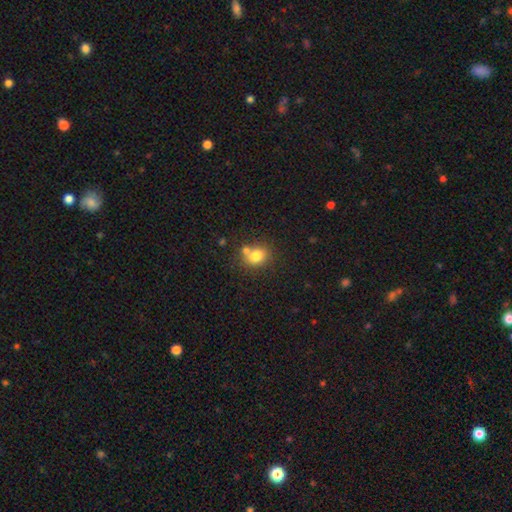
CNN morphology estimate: This is likely a smooth galaxy (78%). How rounded: possibly round (59%). Merging: possibly none (55%).